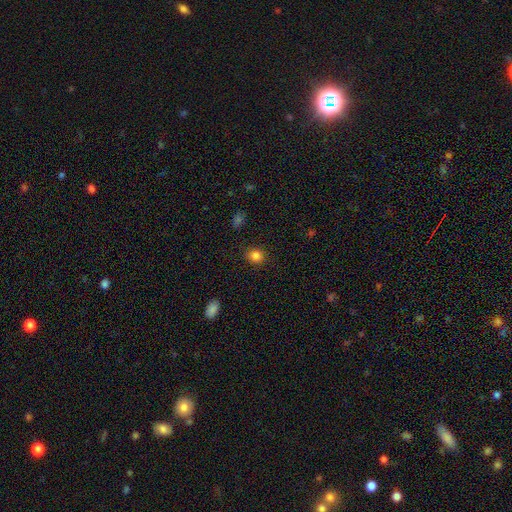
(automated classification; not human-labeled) Smooth or featured: smooth — 84% (star or artifact — 11%)
How rounded: round — 78% (in between — 21%)
Merging: none — 87% (minor disturbance — 9%)